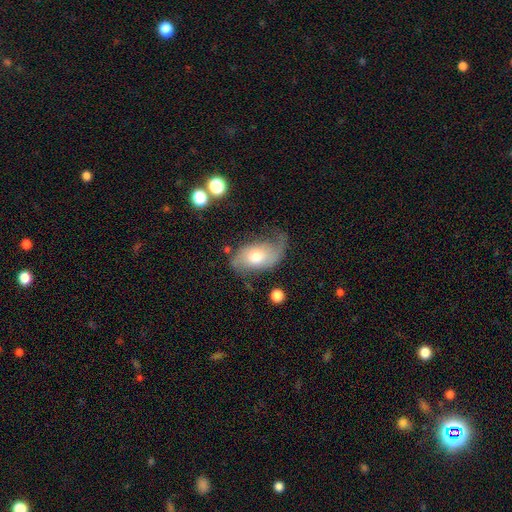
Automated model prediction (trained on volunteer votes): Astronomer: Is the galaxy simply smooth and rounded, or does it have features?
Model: featured or disk — 63%.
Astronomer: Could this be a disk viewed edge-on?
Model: no — 94%.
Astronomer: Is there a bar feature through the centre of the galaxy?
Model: no — 69%.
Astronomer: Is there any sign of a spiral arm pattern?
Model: yes — 87%.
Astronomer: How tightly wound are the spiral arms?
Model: loose — 61%.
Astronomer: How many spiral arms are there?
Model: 2 — 76%.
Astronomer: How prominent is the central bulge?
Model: moderate — 66%.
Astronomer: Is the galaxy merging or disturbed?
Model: none — 50% (runner-up: minor disturbance, 28%).